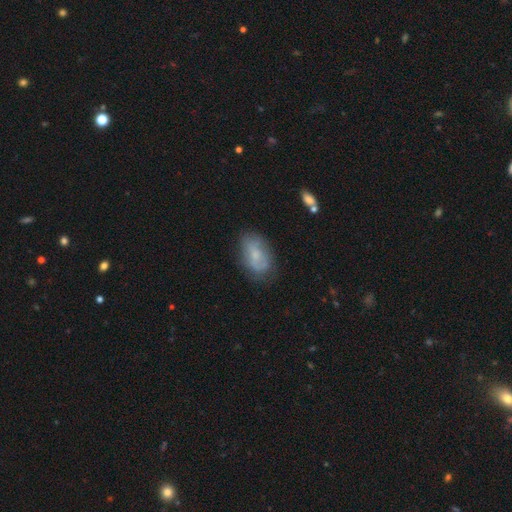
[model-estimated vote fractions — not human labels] A smooth galaxy with no disk features (56%) that is in between round and cigar-shaped (89%). Merging: none (62%).